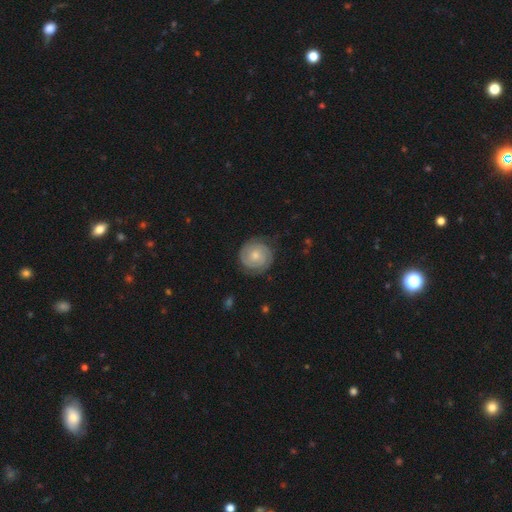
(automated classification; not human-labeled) Morphology: type=featured or disk (75%); edge-on=no (98%); bar=no (72%); spiral arms=yes (94%); winding=tight (77%); arm count=2 (70%); bulge=moderate (52%); merging=none (81%).